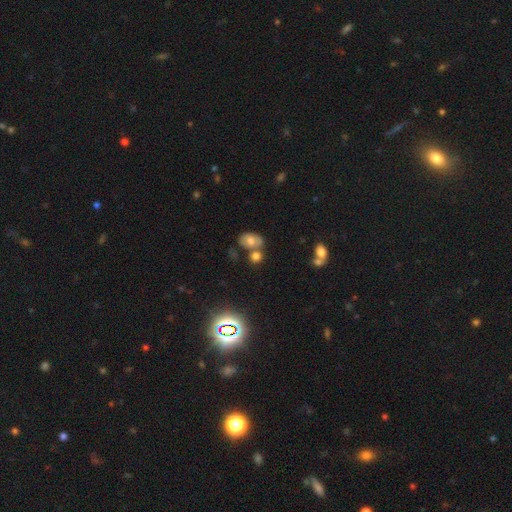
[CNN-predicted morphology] Smooth or featured? Predicted: smooth (p=0.64). How rounded? Predicted: round (p=0.53). Merging? Predicted: none (p=0.50).